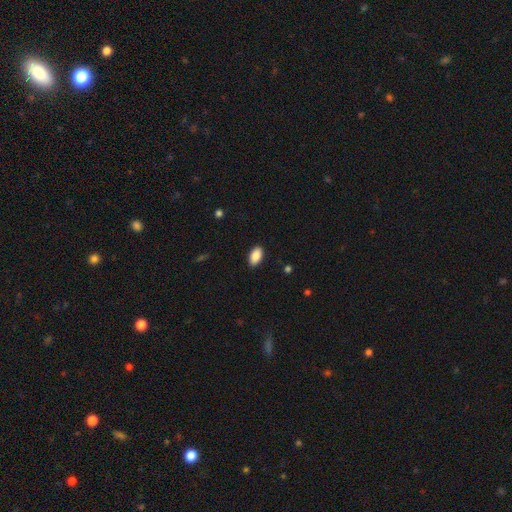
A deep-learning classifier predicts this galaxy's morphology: Smooth or featured?
  - smooth: 89% *
  - star or artifact: 7%
  - featured or disk: 4%
How rounded?
  - in between: 94% *
  - round: 4%
  - cigar-shaped: 3%
Merging?
  - none: 89% *
  - minor disturbance: 8%
  - major disturbance: 2%
  - merger: 1%